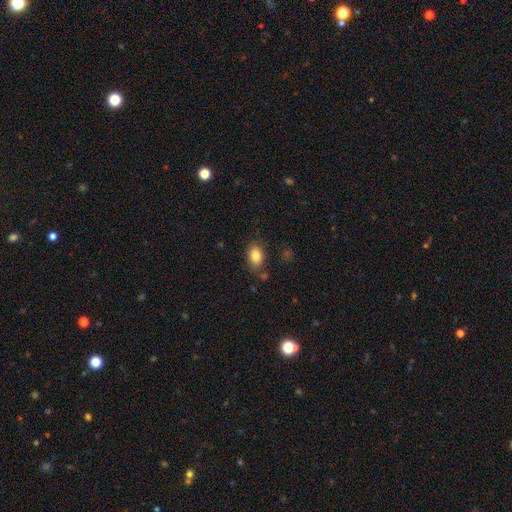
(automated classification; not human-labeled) A smooth galaxy with no disk features (84%) that is in between round and cigar-shaped (83%).

Vote fractions:
- Smooth or featured? smooth: 84% / star or artifact: 9% / featured or disk: 7%
- How rounded? in between: 83% / round: 16% / cigar-shaped: 1%
- Merging? none: 79% / minor disturbance: 13% / merger: 4% / major disturbance: 4%